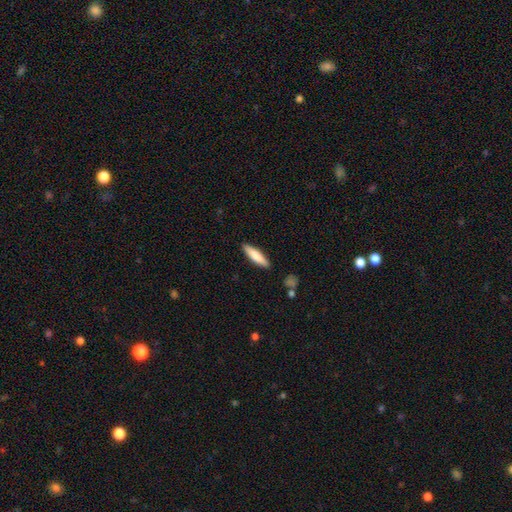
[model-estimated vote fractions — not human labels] Smooth or featured: smooth — 80% (featured or disk — 15%)
How rounded: cigar-shaped — 73% (in between — 25%)
Merging: none — 88% (minor disturbance — 8%)